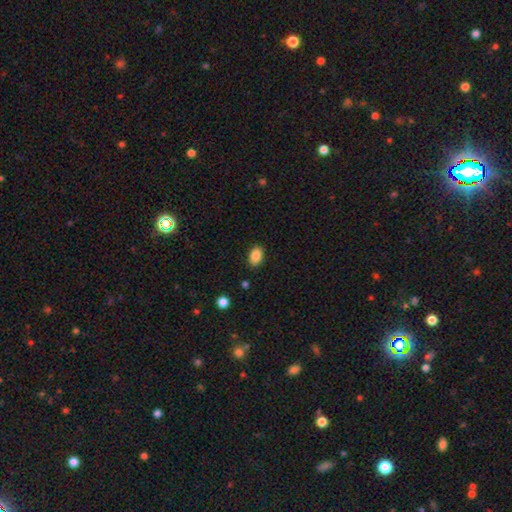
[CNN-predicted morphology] The model was most divided on "how rounded": in between: 84%, round: 14%, cigar-shaped: 1%. More confident: smooth or featured — smooth (86%); merging — none (86%).